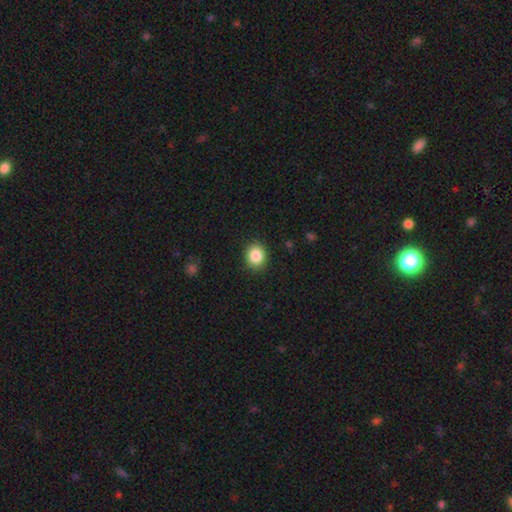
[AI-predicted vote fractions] smooth-or-featured: smooth: 86% | star or artifact: 9% | featured or disk: 5%
  how-rounded: round: 68% | in between: 31% | cigar-shaped: 1%
  merging: none: 89% | minor disturbance: 8% | major disturbance: 2% | merger: 1%